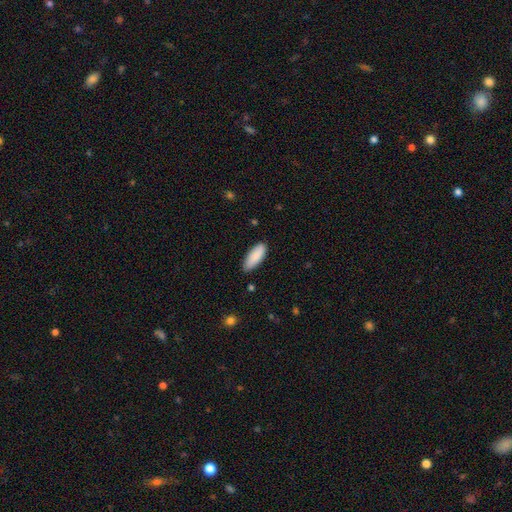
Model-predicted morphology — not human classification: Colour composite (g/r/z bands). It shows a smooth galaxy with no disk features (89%) that is in between round and cigar-shaped (71%). Merging: none (83%).